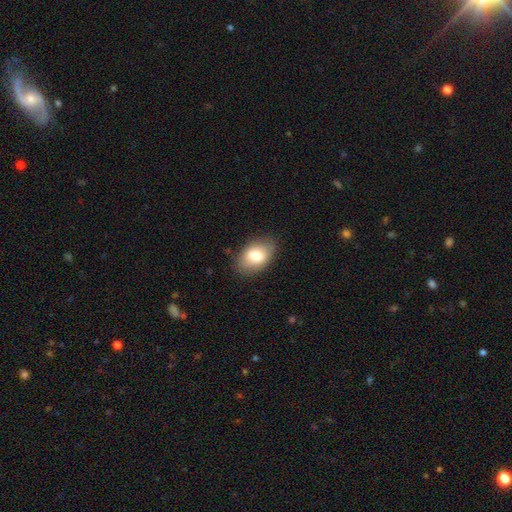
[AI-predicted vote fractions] Smooth or featured? Predicted: smooth (p=0.76). How rounded? Predicted: in between (p=0.87). Merging? Predicted: none (p=0.83).